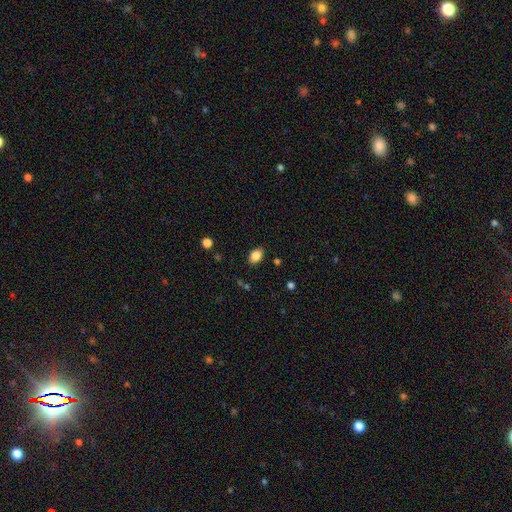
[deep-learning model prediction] Smooth or featured?
  - smooth: 85% *
  - star or artifact: 9%
  - featured or disk: 5%
How rounded?
  - in between: 82% *
  - round: 16%
  - cigar-shaped: 1%
Merging?
  - none: 86% *
  - minor disturbance: 10%
  - major disturbance: 2%
  - merger: 1%